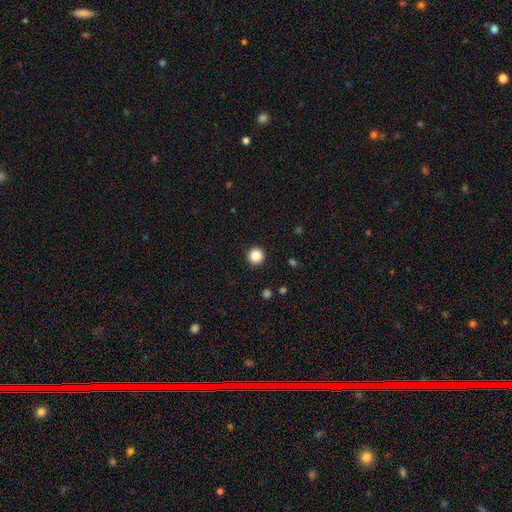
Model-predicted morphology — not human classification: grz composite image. It shows a smooth galaxy with no disk features (86%) that is round (96%). Merging: none (93%).